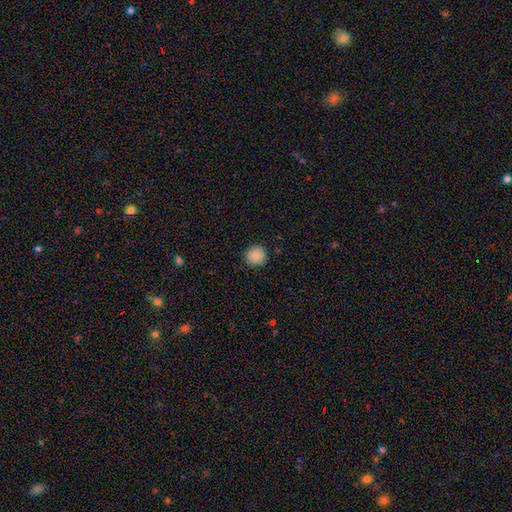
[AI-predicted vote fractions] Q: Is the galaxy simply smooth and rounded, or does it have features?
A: smooth — 88%.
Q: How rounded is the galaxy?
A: round — 93%.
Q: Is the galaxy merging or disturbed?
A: none — 91%.